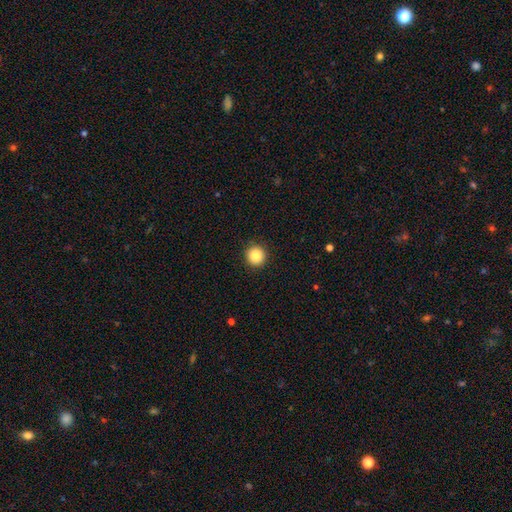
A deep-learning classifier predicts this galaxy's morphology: smooth-or-featured: smooth: 86% | star or artifact: 9% | featured or disk: 4%
  how-rounded: round: 95% | in between: 4% | cigar-shaped: 1%
  merging: none: 92% | minor disturbance: 6% | major disturbance: 2% | merger: 1%